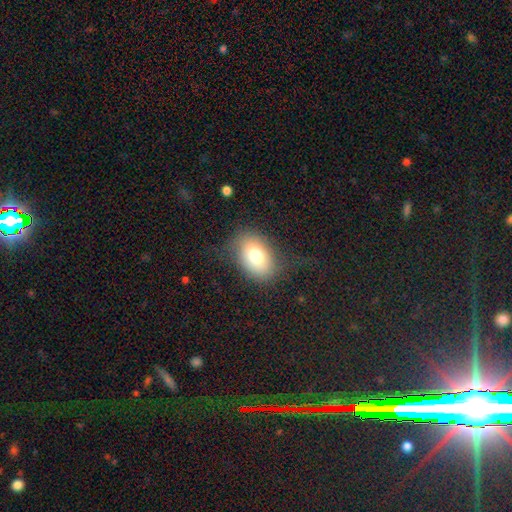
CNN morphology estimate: The model was most divided on "how rounded": in between: 76%, round: 23%, cigar-shaped: 1%. More confident: smooth or featured — smooth (73%); merging — none (71%).